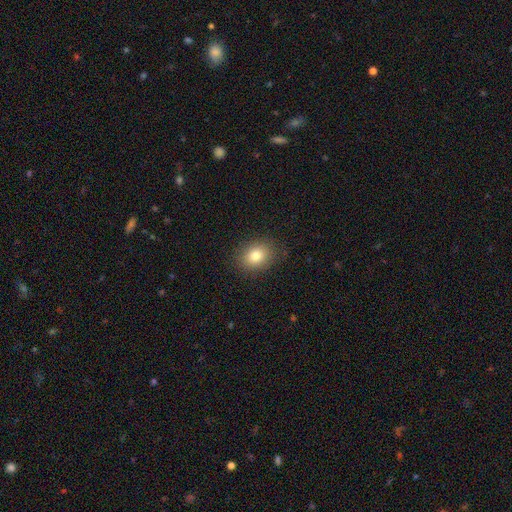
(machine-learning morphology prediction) A smooth galaxy with no disk features (80%) that is in between round and cigar-shaped (53%).

Vote fractions:
- Smooth or featured? smooth: 80% / star or artifact: 11% / featured or disk: 9%
- How rounded? in between: 53% / round: 46% / cigar-shaped: 1%
- Merging? none: 87% / minor disturbance: 9% / major disturbance: 3% / merger: 1%